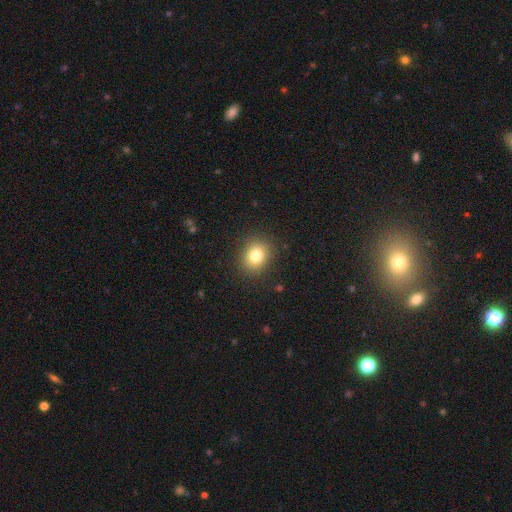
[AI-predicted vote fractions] smooth_or_featured: smooth (p=0.79) [alt: star or artifact p=0.12]
how_rounded: round (p=0.66) [alt: in between p=0.33]
merging: none (p=0.88) [alt: minor disturbance p=0.08]